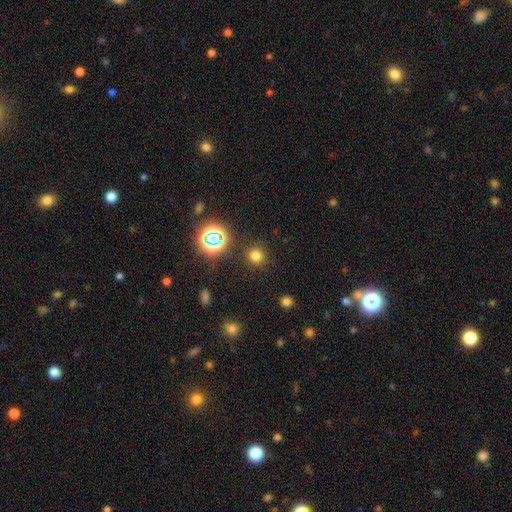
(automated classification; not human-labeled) Morphology: type=smooth (72%); roundness=round (93%); merging=none (89%).